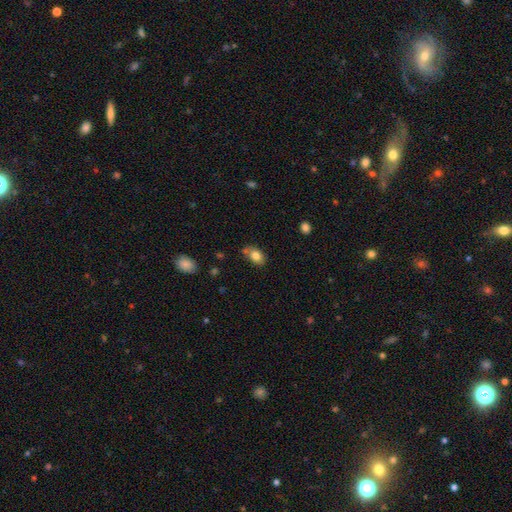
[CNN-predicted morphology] type=smooth (81%); roundness=in between (83%); merging=none (63%).